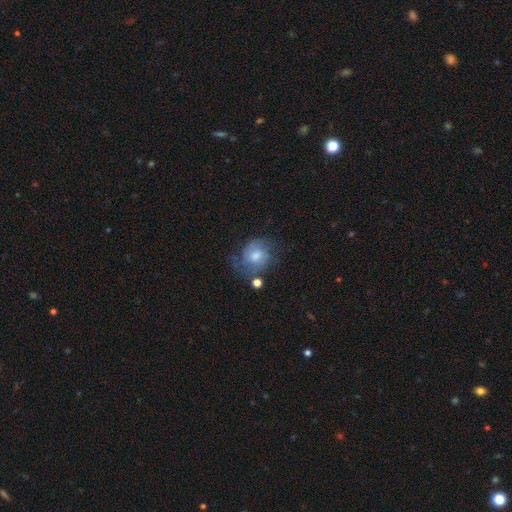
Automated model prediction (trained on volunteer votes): Smooth or featured? Predicted: smooth (p=0.49). Merging? Predicted: none (p=0.46).